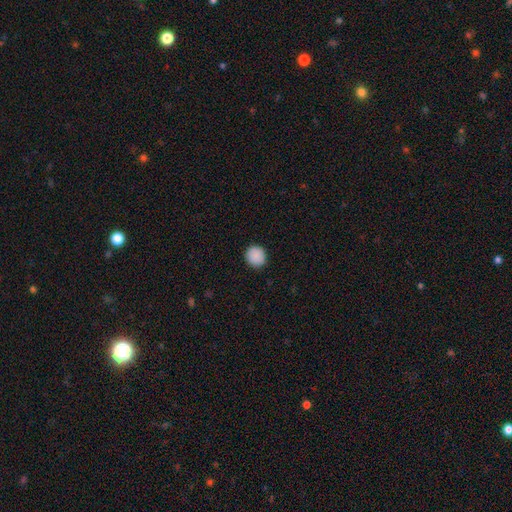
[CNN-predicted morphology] Overall: smooth (89%). How rounded: round (91%). Merging: none (92%).